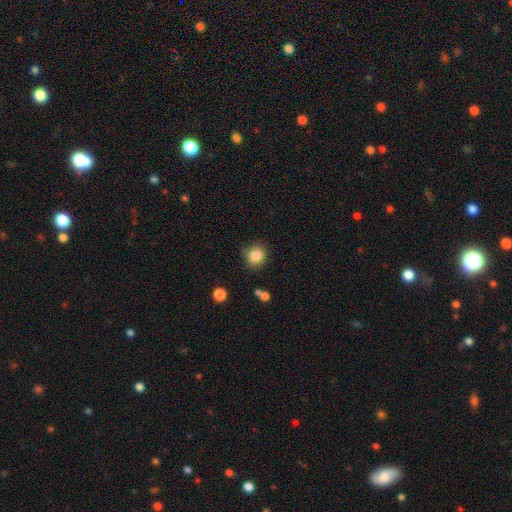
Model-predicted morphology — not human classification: smooth-or-featured: smooth: 84% | star or artifact: 10% | featured or disk: 6%
  how-rounded: round: 88% | in between: 11% | cigar-shaped: 1%
  merging: none: 81% | minor disturbance: 13% | major disturbance: 3% | merger: 3%